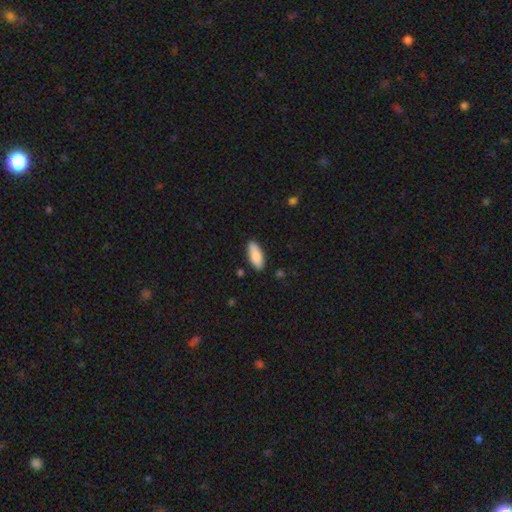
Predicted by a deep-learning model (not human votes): The model was most divided on "how rounded": in between: 79%, cigar-shaped: 20%, round: 2%. More confident: smooth or featured — smooth (87%); merging — none (85%).